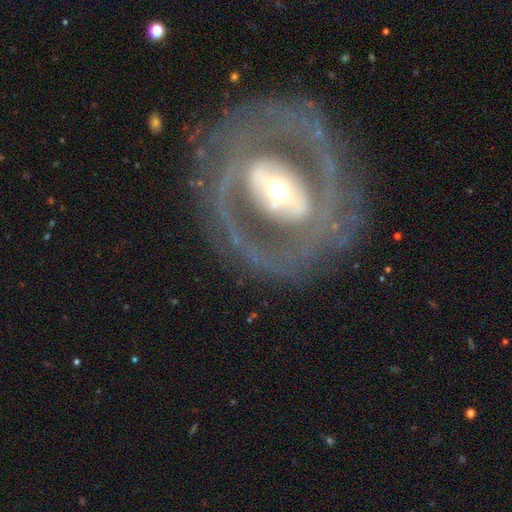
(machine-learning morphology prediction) Smooth or featured? Predicted: featured or disk (p=0.84). Edge-on disk? Predicted: no (p=0.94). Bar? Predicted: strong (p=0.42). Spiral arms? Predicted: yes (p=0.67). Spiral winding? Predicted: tight (p=0.54). Spiral arm count? Predicted: 2 (p=0.60). Bulge size? Predicted: moderate (p=0.57). Merging? Predicted: none (p=0.76).